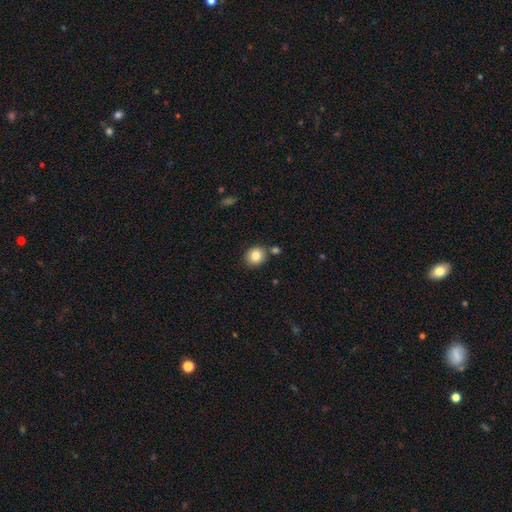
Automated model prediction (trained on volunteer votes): Smooth or featured? smooth (83%)
How rounded? round (75%)
Merging? none (78%)